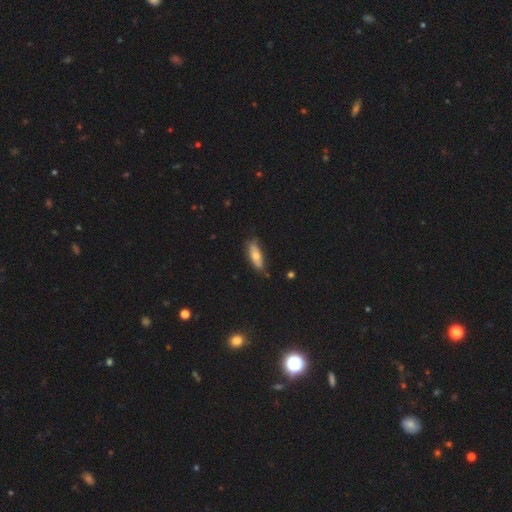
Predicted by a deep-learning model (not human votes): Smooth or featured? Predicted: smooth (p=0.61). How rounded? Predicted: in between (p=0.63). Merging? Predicted: none (p=0.73).